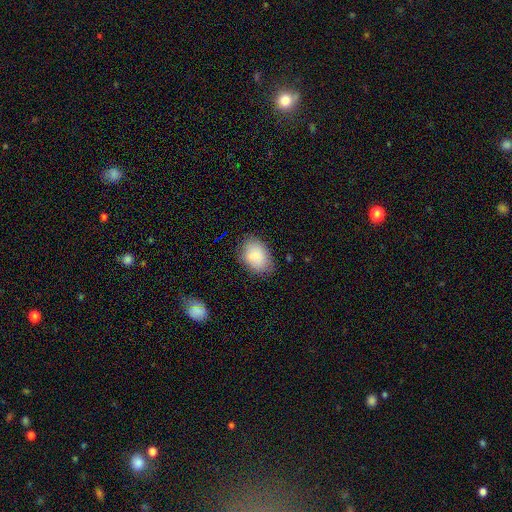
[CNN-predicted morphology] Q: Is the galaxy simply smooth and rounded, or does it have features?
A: smooth — 87%.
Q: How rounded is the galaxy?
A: in between — 82%.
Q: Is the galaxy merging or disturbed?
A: none — 80%.